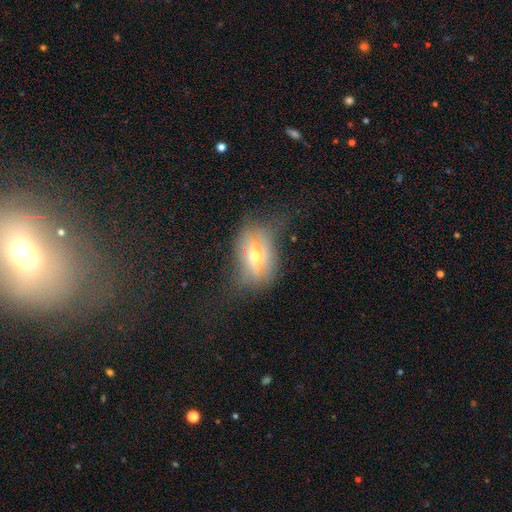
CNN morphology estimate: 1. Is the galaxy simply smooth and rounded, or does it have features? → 47% smooth, 41% featured or disk, 13% star or artifact.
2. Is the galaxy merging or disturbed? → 50% none, 26% minor disturbance, 22% major disturbance, 2% merger.